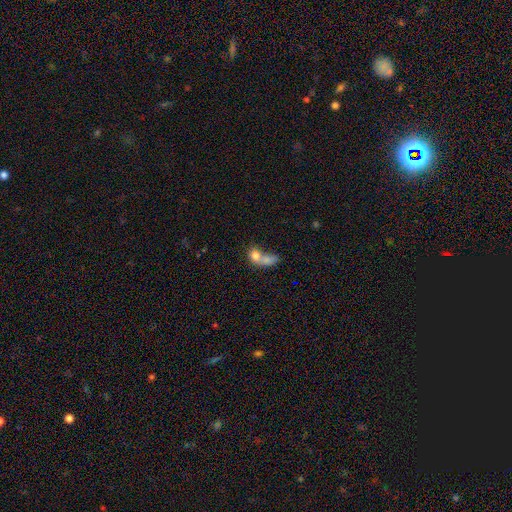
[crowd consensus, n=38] Morphology: type=smooth (76%); roundness=round (55%); merging=merger (69%).